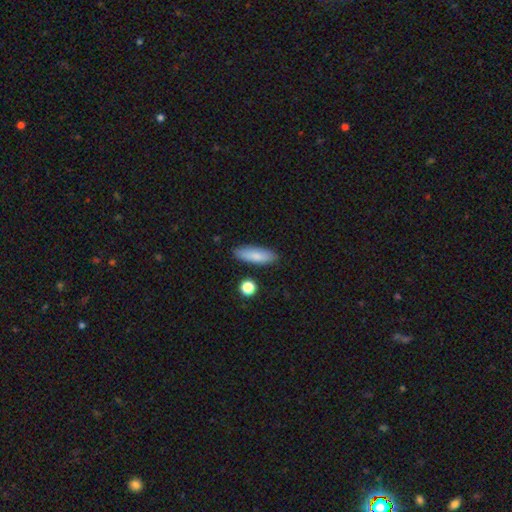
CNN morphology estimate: Smooth or featured? smooth (82%)
How rounded? in between (52%)
Merging? none (86%)